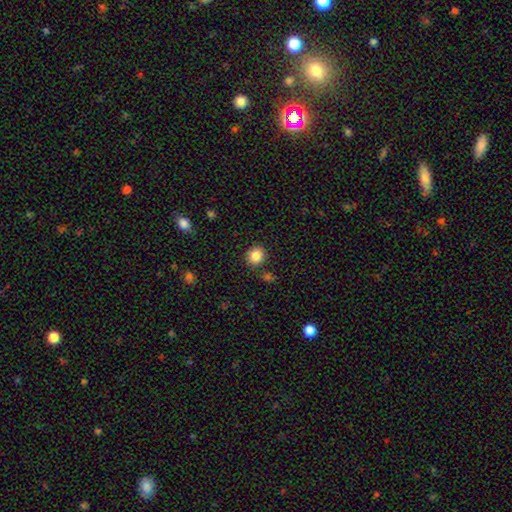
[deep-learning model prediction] smooth_or_featured: smooth (p=0.85) [alt: star or artifact p=0.10]
how_rounded: round (p=0.83) [alt: in between p=0.16]
merging: none (p=0.86) [alt: minor disturbance p=0.08]